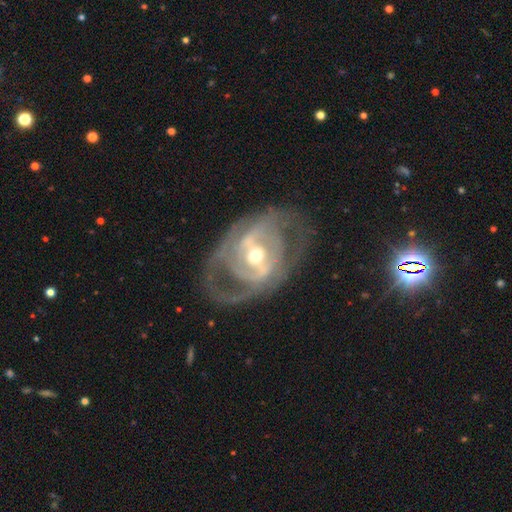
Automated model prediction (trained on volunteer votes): The model was most divided on "bar" (2-way tie): strong: 37%, weak: 37%, no: 27%. Remaining: edge-on disk — no (95%); smooth or featured — featured or disk (84%); spiral arms — yes (74%); merging — none (66%); bulge size — moderate (66%); spiral arm count — 2 (55%); spiral winding — tight (45%).